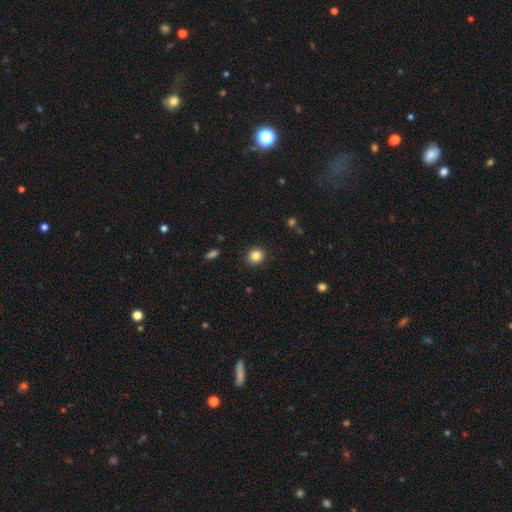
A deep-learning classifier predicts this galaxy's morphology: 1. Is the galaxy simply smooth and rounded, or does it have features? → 85% smooth, 10% star or artifact, 5% featured or disk.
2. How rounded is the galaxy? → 78% round, 21% in between, 1% cigar-shaped.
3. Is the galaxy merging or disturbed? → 90% none, 7% minor disturbance, 2% major disturbance, 1% merger.